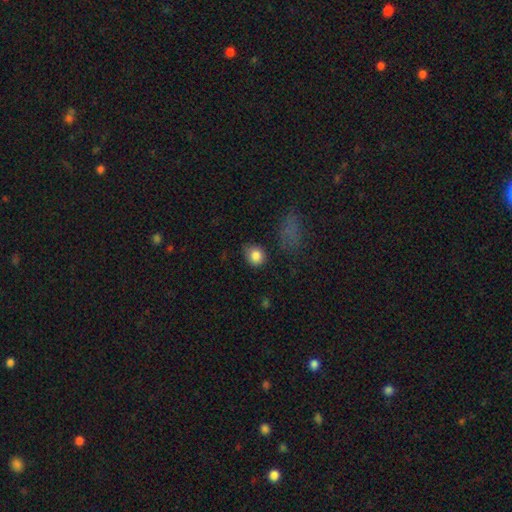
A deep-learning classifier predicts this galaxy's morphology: Smooth or featured? smooth (85%)
How rounded? round (70%)
Merging? none (70%)